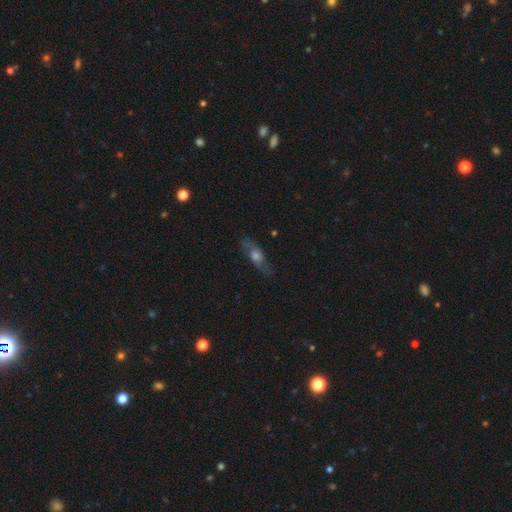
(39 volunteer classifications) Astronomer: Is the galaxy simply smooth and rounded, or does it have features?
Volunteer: featured or disk — 74%.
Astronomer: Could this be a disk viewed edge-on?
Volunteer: yes — 55% (runner-up: no, 45%).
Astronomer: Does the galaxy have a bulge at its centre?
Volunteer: rounded — 100%.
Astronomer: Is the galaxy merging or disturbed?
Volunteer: none — 86%.